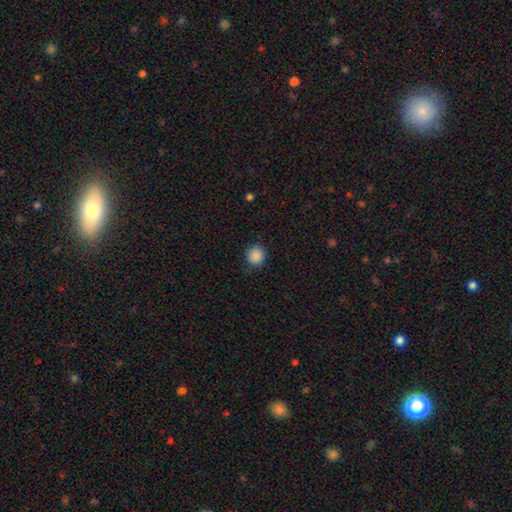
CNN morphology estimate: Q: Smooth or featured?
A: smooth (88%); runner-up: star or artifact (9%)
Q: How rounded?
A: round (89%); runner-up: in between (10%)
Q: Merging?
A: none (86%); runner-up: minor disturbance (10%)